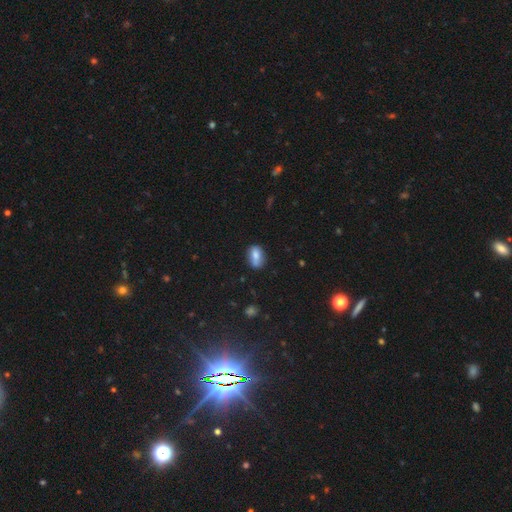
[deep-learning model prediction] Smooth or featured? Predicted: smooth (p=0.70). How rounded? Predicted: in between (p=0.78). Merging? Predicted: none (p=0.65).